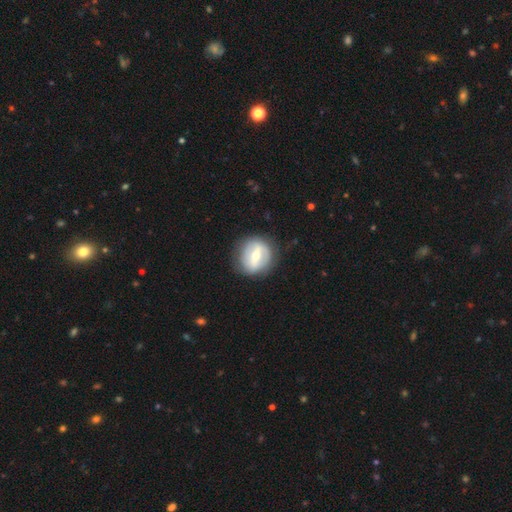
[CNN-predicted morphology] Q: Smooth or featured?
A: featured or disk (63%); runner-up: smooth (31%)
Q: Edge-on disk?
A: no (91%); runner-up: yes (9%)
Q: Bar?
A: strong (61%); runner-up: weak (28%)
Q: Spiral arms?
A: no (61%); runner-up: yes (39%)
Q: Bulge size?
A: moderate (57%); runner-up: small (37%)
Q: Merging?
A: none (80%); runner-up: minor disturbance (14%)